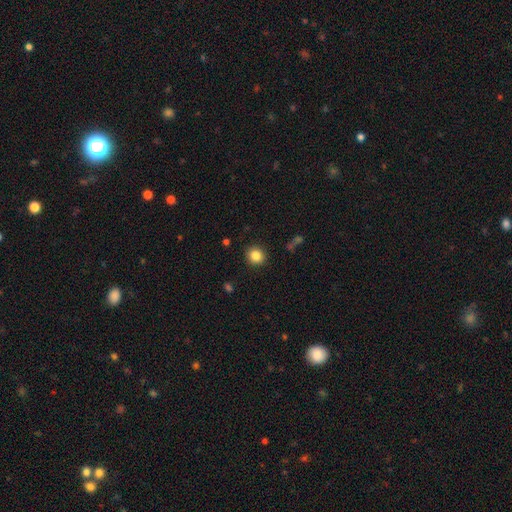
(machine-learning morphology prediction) A smooth galaxy with no disk features (85%) that is round (87%).

Vote fractions:
- Smooth or featured? smooth: 85% / star or artifact: 10% / featured or disk: 5%
- How rounded? round: 87% / in between: 12% / cigar-shaped: 1%
- Merging? none: 90% / minor disturbance: 7% / major disturbance: 2% / merger: 1%